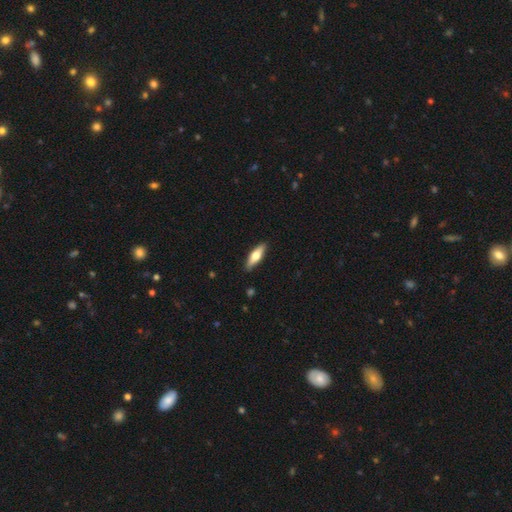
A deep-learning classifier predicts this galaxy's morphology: smooth_or_featured: smooth (p=0.58) [alt: featured or disk p=0.36]
how_rounded: cigar-shaped (p=0.55) [alt: in between p=0.43]
merging: none (p=0.89) [alt: minor disturbance p=0.09]